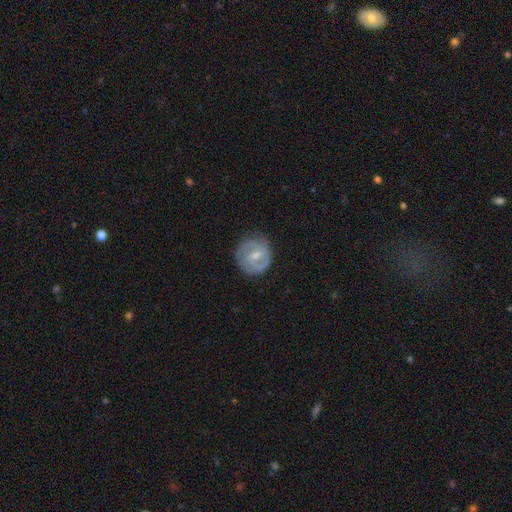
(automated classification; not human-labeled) smooth-or-featured: featured or disk: 66% | smooth: 29% | star or artifact: 6%
  disk-edge-on: no: 97% | yes: 3%
    bar: weak: 56% | no: 29% | strong: 15%
    has-spiral-arms: yes: 85% | no: 15%
      spiral-winding: tight: 44% | medium: 41% | loose: 15%
      spiral-arm-count: 2: 65% | can't tell: 18% | 3: 7% | 1: 6% | 4: 2% | more than 4: 2%
    bulge-size: moderate: 53% | small: 41% | none: 3% | large: 2% | dominant: 1%
  merging: none: 76% | minor disturbance: 18% | major disturbance: 6% | merger: 1%